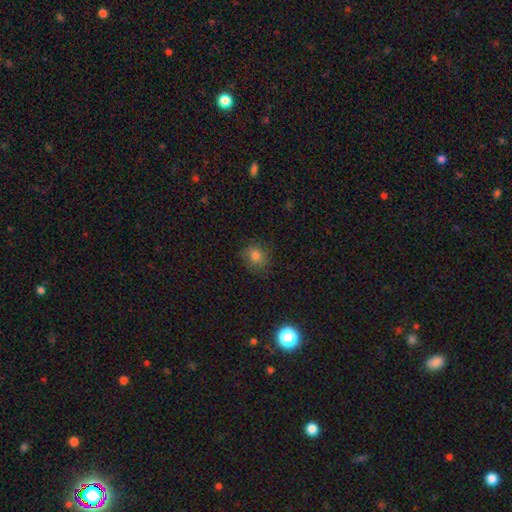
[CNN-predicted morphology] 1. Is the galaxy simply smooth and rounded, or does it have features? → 79% smooth, 13% star or artifact, 8% featured or disk.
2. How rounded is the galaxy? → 78% round, 21% in between, 1% cigar-shaped.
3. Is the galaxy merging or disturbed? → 80% none, 15% minor disturbance, 4% major disturbance, 1% merger.